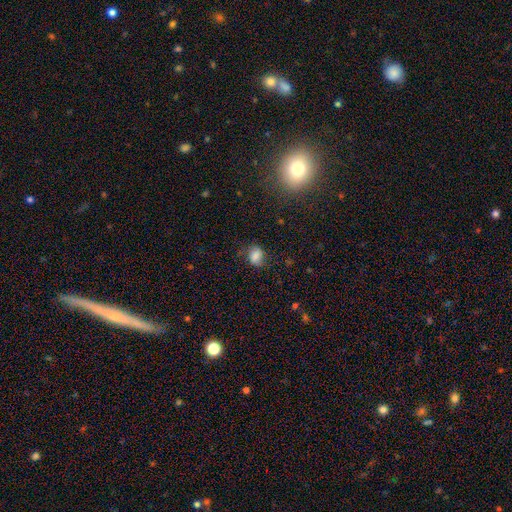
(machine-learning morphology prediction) Overall: smooth (75%). How rounded: in between (61%; round 38%). Merging: none (62%; minor disturbance 25%).